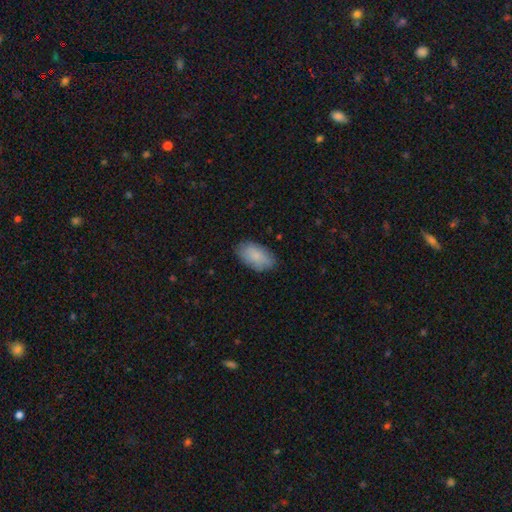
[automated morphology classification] This appears to be a smooth galaxy with no disk features (86%) that is in between round and cigar-shaped (95%). Merging: none (83%).